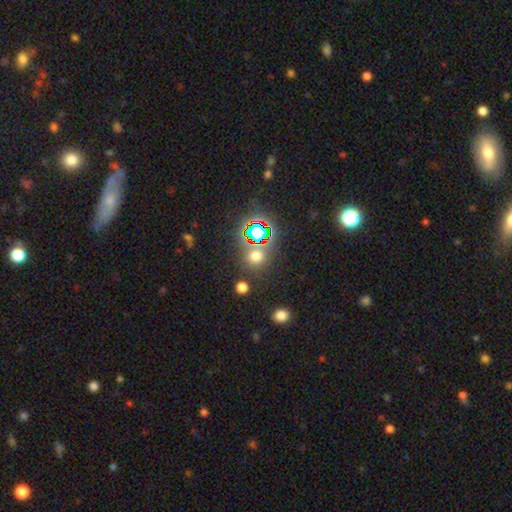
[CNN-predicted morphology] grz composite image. It shows a smooth galaxy with no disk features (52%) that is round (86%). Merging: none (78%).